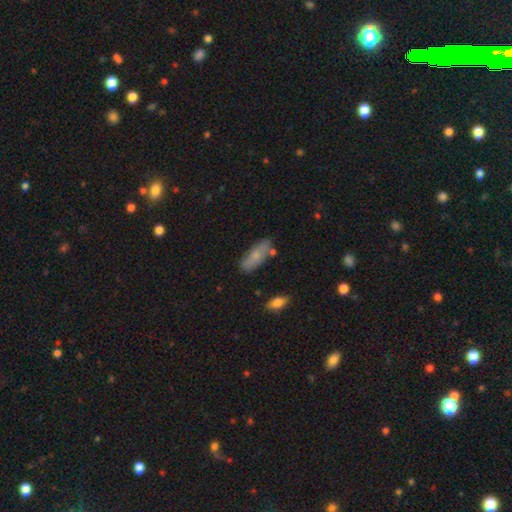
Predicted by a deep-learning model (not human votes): This is likely a smooth galaxy (71%). How rounded: likely in between (72%). Merging: likely none (74%).